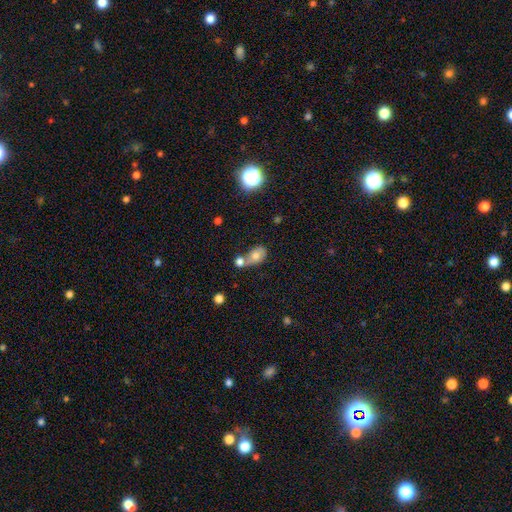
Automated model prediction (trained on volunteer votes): smooth-or-featured: smooth: 67% | featured or disk: 21% | star or artifact: 12%
  how-rounded: in between: 70% | round: 28% | cigar-shaped: 2%
  merging: merger: 52% | none: 27% | minor disturbance: 13% | major disturbance: 7%